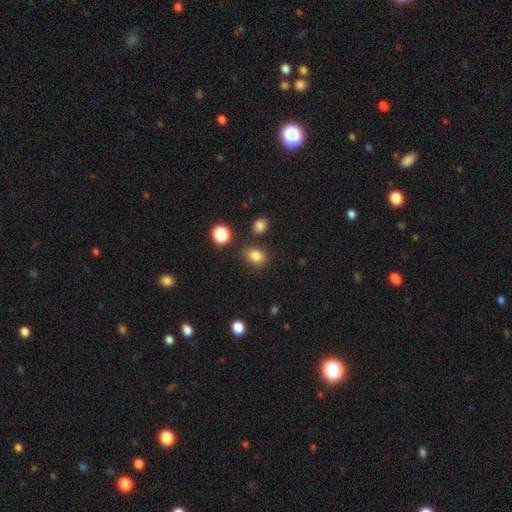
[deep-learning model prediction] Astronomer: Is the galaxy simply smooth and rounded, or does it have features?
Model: smooth — 81%.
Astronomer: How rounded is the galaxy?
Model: in between — 56% (runner-up: round, 43%).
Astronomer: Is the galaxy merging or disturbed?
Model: none — 78%.